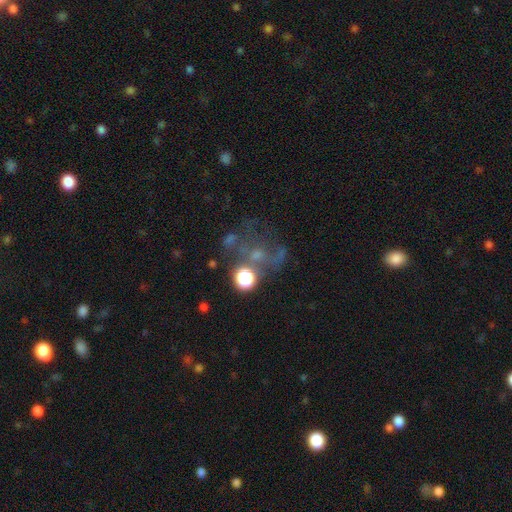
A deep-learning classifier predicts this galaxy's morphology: Overall: star or artifact (35%; featured or disk 33%).